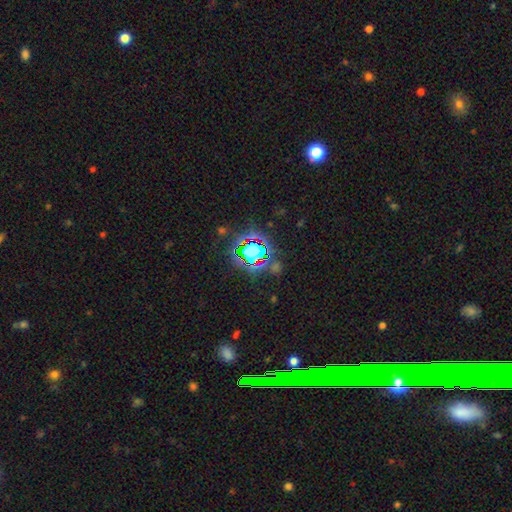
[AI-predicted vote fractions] A star or artifact, not a galaxy (68%).

Vote fractions:
- Smooth or featured? star or artifact: 68% / smooth: 20% / featured or disk: 12%